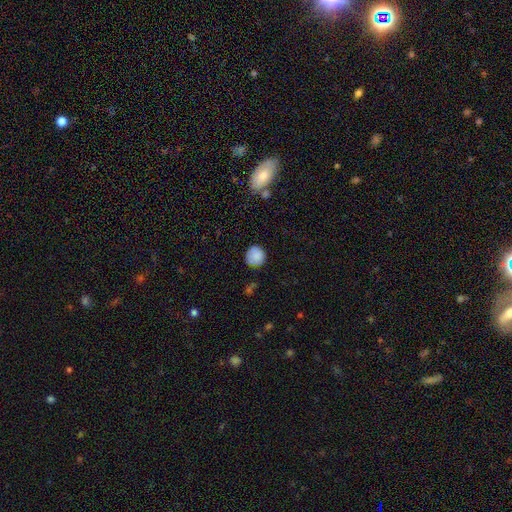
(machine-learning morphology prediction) type=smooth (85%); roundness=round (90%); merging=none (78%).